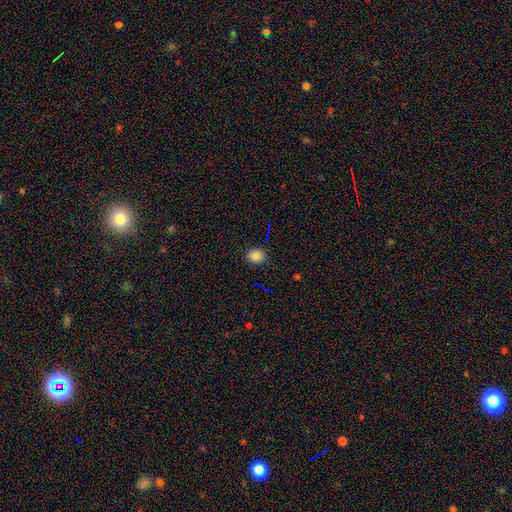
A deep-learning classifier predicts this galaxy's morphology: This appears to be a smooth galaxy with no disk features (83%) that is round (79%). Merging: none (90%).